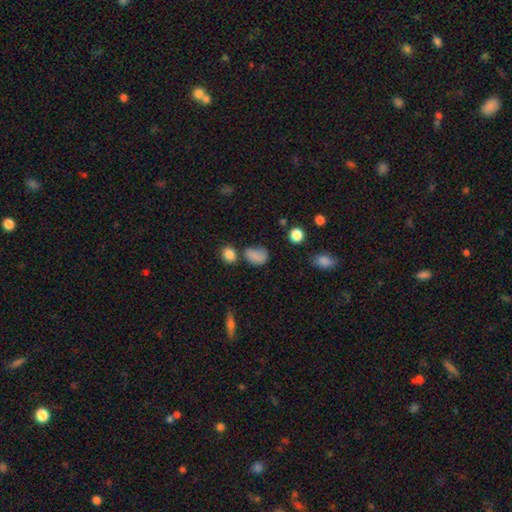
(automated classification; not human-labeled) smooth-or-featured: smooth: 81% | star or artifact: 13% | featured or disk: 6%
  how-rounded: in between: 70% | round: 28% | cigar-shaped: 2%
  merging: none: 55% | minor disturbance: 25% | merger: 10% | major disturbance: 10%